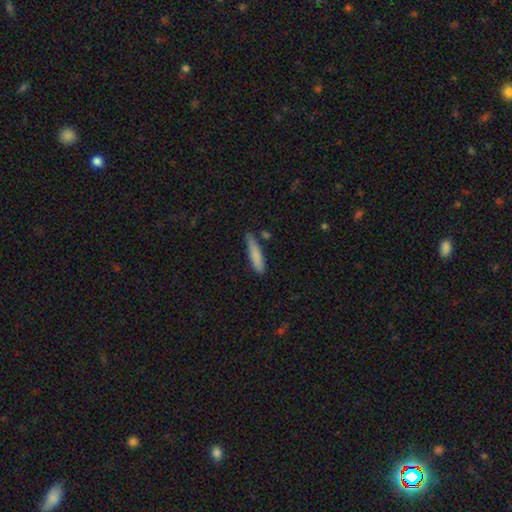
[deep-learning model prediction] The model was most divided on "merging": none: 73%, minor disturbance: 19%, merger: 4%, major disturbance: 3%. More confident: how rounded — cigar-shaped (84%); smooth or featured — smooth (82%).